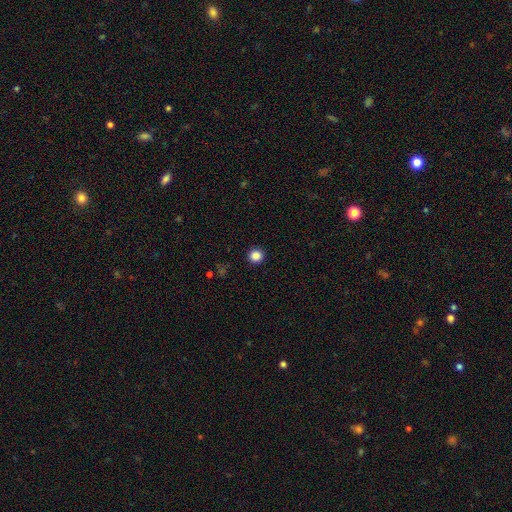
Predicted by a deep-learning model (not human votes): Q: Smooth or featured?
A: smooth (86%); runner-up: star or artifact (11%)
Q: How rounded?
A: round (95%); runner-up: in between (4%)
Q: Merging?
A: none (93%); runner-up: minor disturbance (4%)